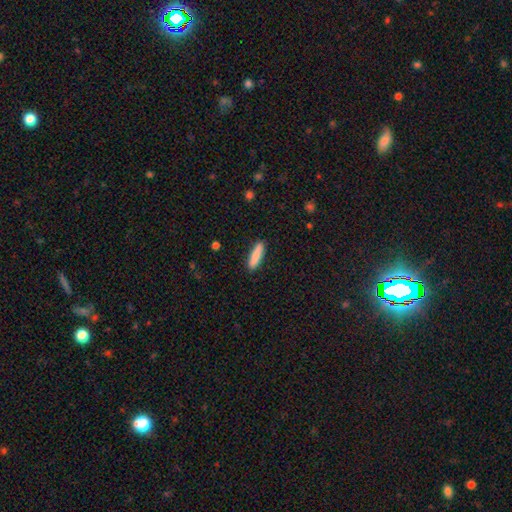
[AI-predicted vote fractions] Smooth or featured? smooth (86%)
How rounded? cigar-shaped (78%)
Merging? none (90%)